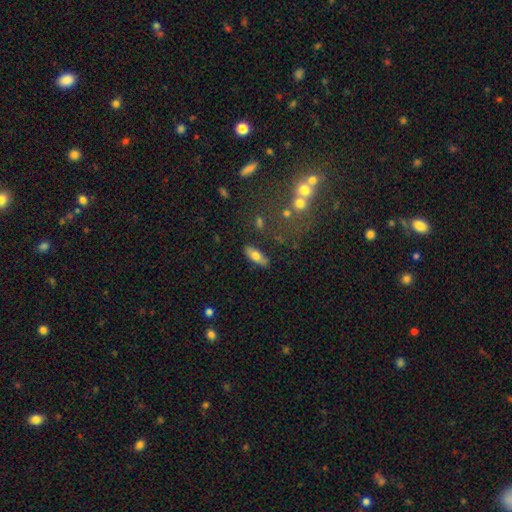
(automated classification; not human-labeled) This is likely a smooth galaxy (69%). How rounded: likely in between (73%). Merging: clearly none (82%).